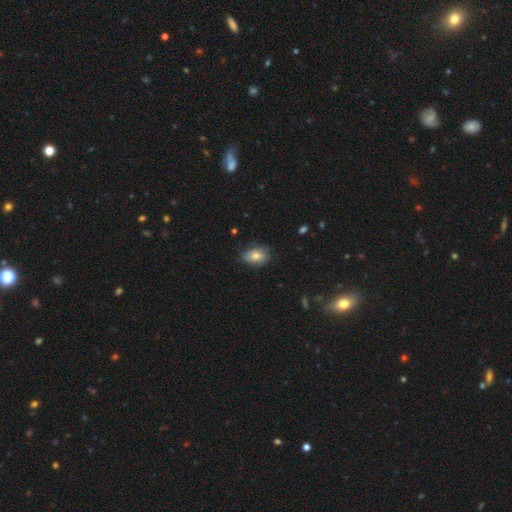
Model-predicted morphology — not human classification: smooth-or-featured: smooth: 76% | featured or disk: 16% | star or artifact: 8%
  how-rounded: in between: 84% | round: 14% | cigar-shaped: 2%
  merging: none: 70% | minor disturbance: 24% | major disturbance: 4% | merger: 1%